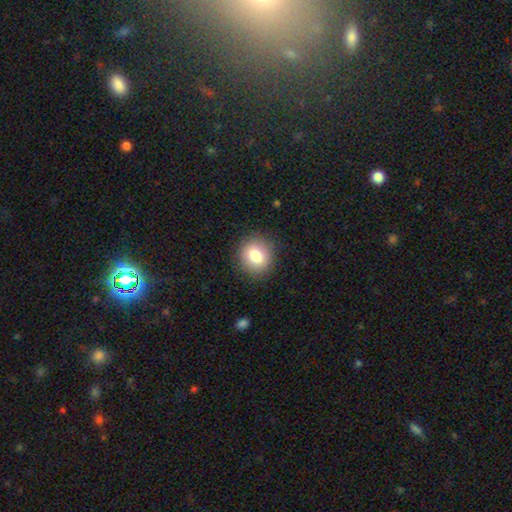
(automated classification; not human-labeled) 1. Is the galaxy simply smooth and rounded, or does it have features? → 81% smooth, 9% star or artifact, 9% featured or disk.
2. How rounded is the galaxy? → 80% round, 19% in between, 1% cigar-shaped.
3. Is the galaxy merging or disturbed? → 88% none, 8% minor disturbance, 3% major disturbance, 1% merger.